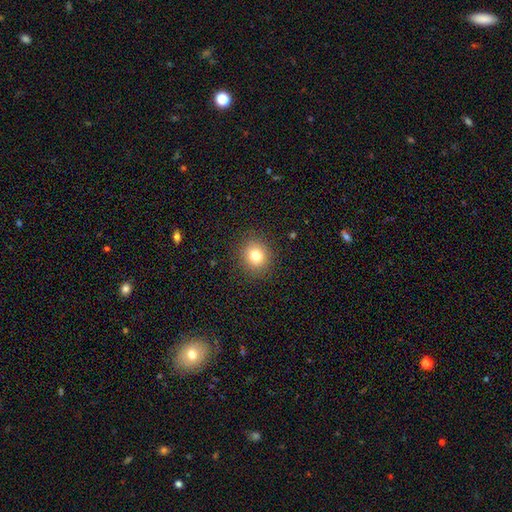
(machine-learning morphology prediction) Smooth or featured? Predicted: smooth (p=0.78). How rounded? Predicted: round (p=0.84). Merging? Predicted: none (p=0.89).